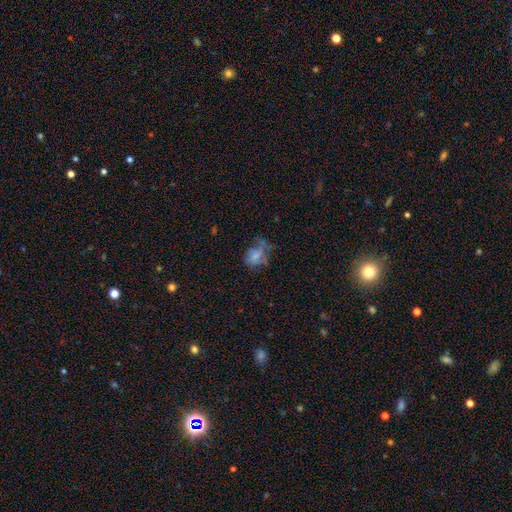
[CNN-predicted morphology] Smooth or featured? smooth (52%)
How rounded? in between (69%)
Merging? major disturbance (36%)